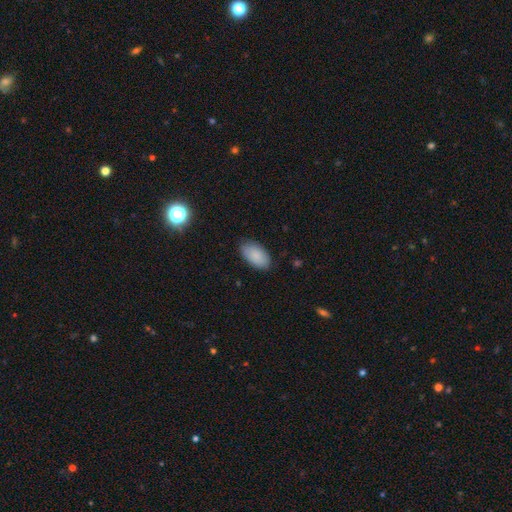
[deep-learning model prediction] This is clearly a smooth galaxy (87%). How rounded: clearly in between (95%). Merging: clearly none (84%).